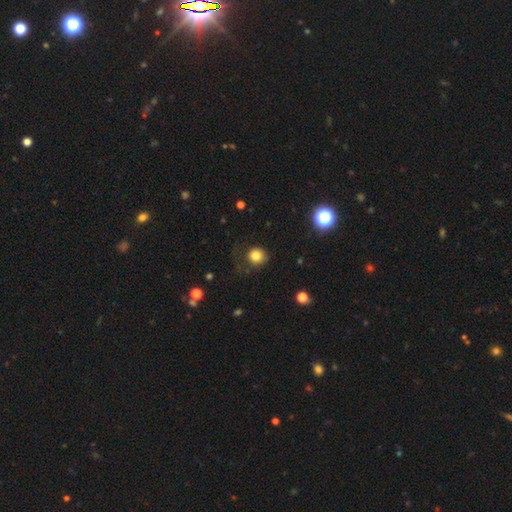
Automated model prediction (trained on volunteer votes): Smooth or featured?
  - smooth: 81% *
  - star or artifact: 12%
  - featured or disk: 7%
How rounded?
  - round: 88% *
  - in between: 11%
  - cigar-shaped: 1%
Merging?
  - none: 69% *
  - minor disturbance: 17%
  - major disturbance: 12%
  - merger: 2%